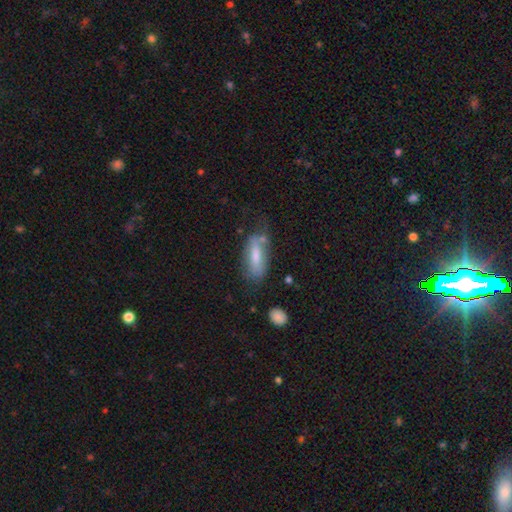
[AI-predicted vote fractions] Q: Smooth or featured?
A: smooth (59%); runner-up: featured or disk (32%)
Q: How rounded?
A: in between (60%); runner-up: cigar-shaped (38%)
Q: Merging?
A: none (54%); runner-up: minor disturbance (28%)